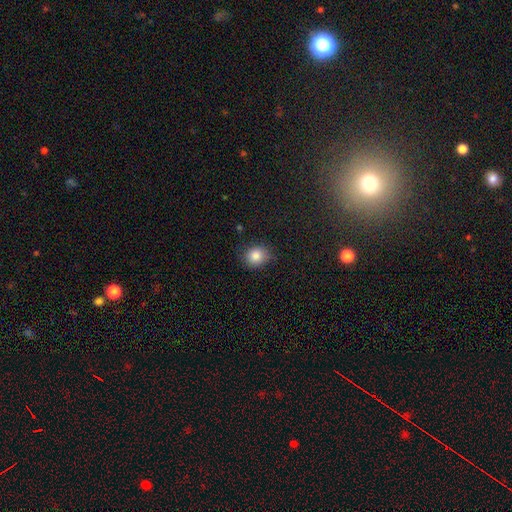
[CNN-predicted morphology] smooth-or-featured: smooth: 82% | star or artifact: 11% | featured or disk: 7%
  how-rounded: round: 73% | in between: 26% | cigar-shaped: 1%
  merging: none: 76% | minor disturbance: 19% | major disturbance: 4% | merger: 1%